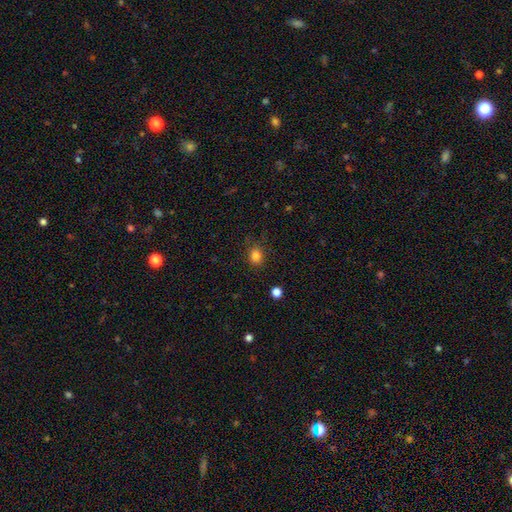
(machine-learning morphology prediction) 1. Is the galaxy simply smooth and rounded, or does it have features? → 83% smooth, 13% star or artifact, 5% featured or disk.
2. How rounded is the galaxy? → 62% round, 37% in between, 1% cigar-shaped.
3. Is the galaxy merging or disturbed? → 82% none, 13% minor disturbance, 4% major disturbance, 1% merger.